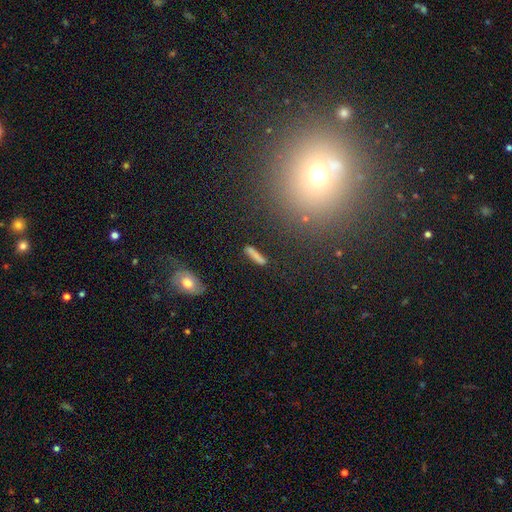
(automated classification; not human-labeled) smooth_or_featured: smooth (p=0.74) [alt: featured or disk p=0.16]
how_rounded: cigar-shaped (p=0.84) [alt: in between p=0.13]
merging: none (p=0.72) [alt: minor disturbance p=0.16]